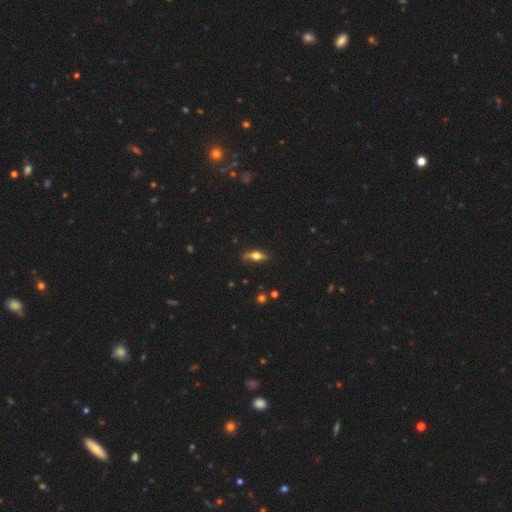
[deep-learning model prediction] A featured or disk galaxy (48%). Merging: none (74%).